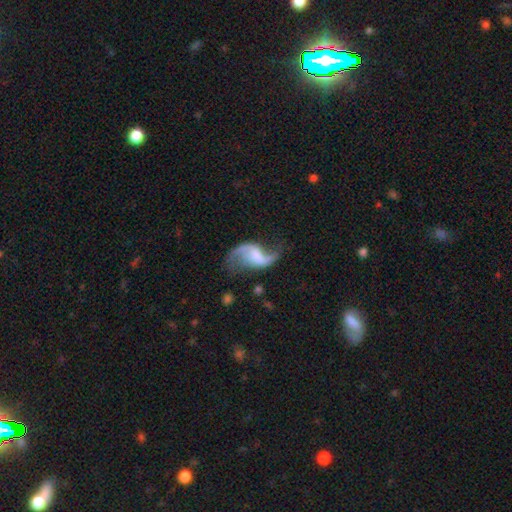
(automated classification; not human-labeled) Q: Smooth or featured?
A: featured or disk (86%); runner-up: smooth (9%)
Q: Edge-on disk?
A: no (98%); runner-up: yes (2%)
Q: Bar?
A: weak (46%); runner-up: no (33%)
Q: Spiral arms?
A: yes (95%); runner-up: no (5%)
Q: Spiral winding?
A: loose (84%); runner-up: medium (13%)
Q: Spiral arm count?
A: 2 (91%); runner-up: 1 (4%)
Q: Bulge size?
A: none (49%); runner-up: small (24%)
Q: Merging?
A: none (60%); runner-up: minor disturbance (19%)